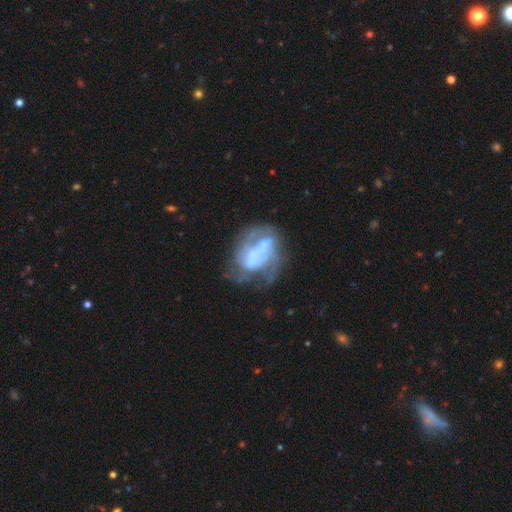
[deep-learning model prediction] Q: Smooth or featured?
A: featured or disk (72%); runner-up: smooth (19%)
Q: Edge-on disk?
A: no (98%); runner-up: yes (2%)
Q: Bar?
A: no (66%); runner-up: weak (24%)
Q: Spiral arms?
A: yes (52%); runner-up: no (48%)
Q: Bulge size?
A: none (37%); runner-up: small (30%)
Q: Merging?
A: none (35%); runner-up: major disturbance (29%)